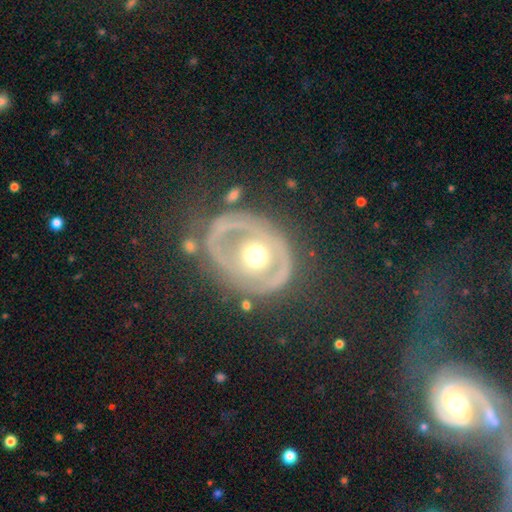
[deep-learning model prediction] Smooth or featured? Predicted: featured or disk (p=0.71). Edge-on disk? Predicted: no (p=0.95). Bar? Predicted: no (p=0.71). Spiral arms? Predicted: no (p=0.58). Bulge size? Predicted: moderate (p=0.72). Merging? Predicted: none (p=0.54).